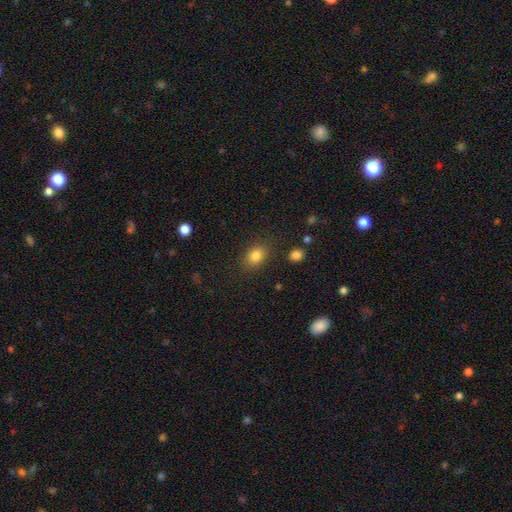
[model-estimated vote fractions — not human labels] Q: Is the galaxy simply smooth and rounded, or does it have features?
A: smooth — 82%.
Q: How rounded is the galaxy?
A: in between — 66%.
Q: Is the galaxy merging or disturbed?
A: none — 83%.